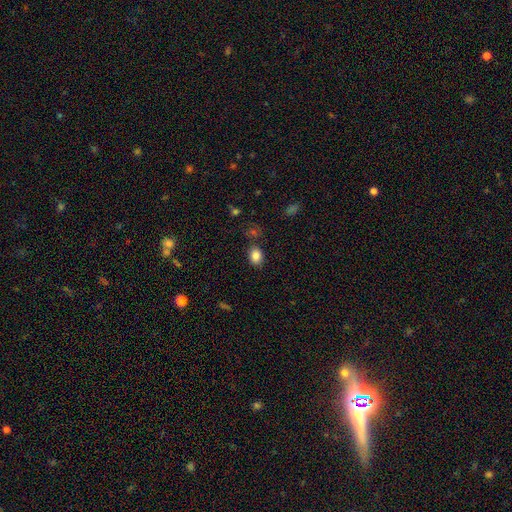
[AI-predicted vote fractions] Morphology: type=smooth (85%); roundness=in between (62%); merging=none (81%).